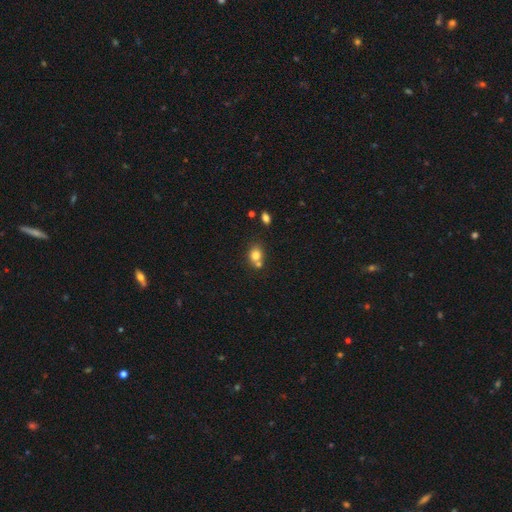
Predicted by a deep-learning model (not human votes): Smooth or featured? Predicted: smooth (p=0.78). How rounded? Predicted: round (p=0.63). Merging? Predicted: none (p=0.49).